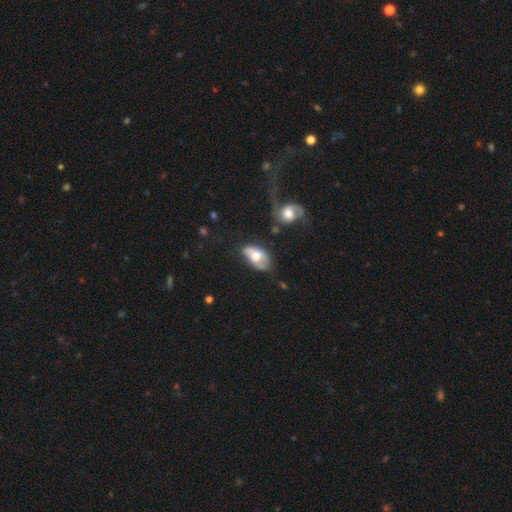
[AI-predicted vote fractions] Morphology: type=smooth (53%); roundness=in between (90%); merging=none (46%).